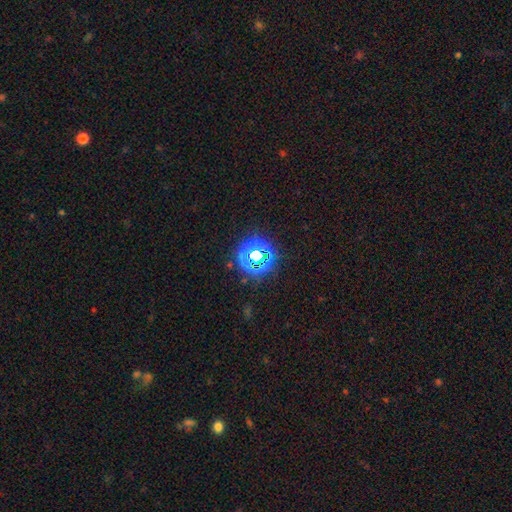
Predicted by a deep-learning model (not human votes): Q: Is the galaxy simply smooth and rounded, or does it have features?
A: star or artifact — 72%.